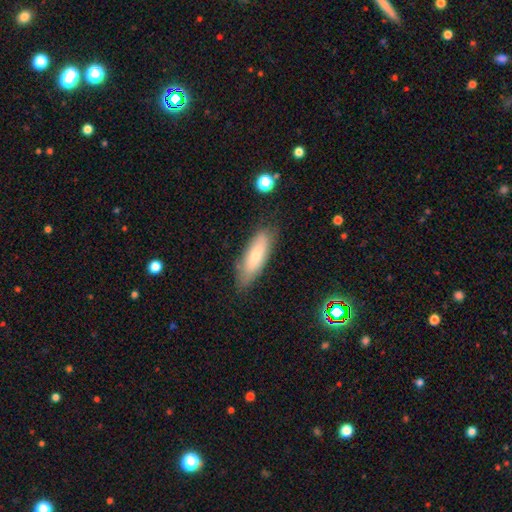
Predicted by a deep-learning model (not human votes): The model was most divided on "how rounded": in between: 57%, cigar-shaped: 41%, round: 2%. More confident: merging — none (78%); smooth or featured — smooth (68%).